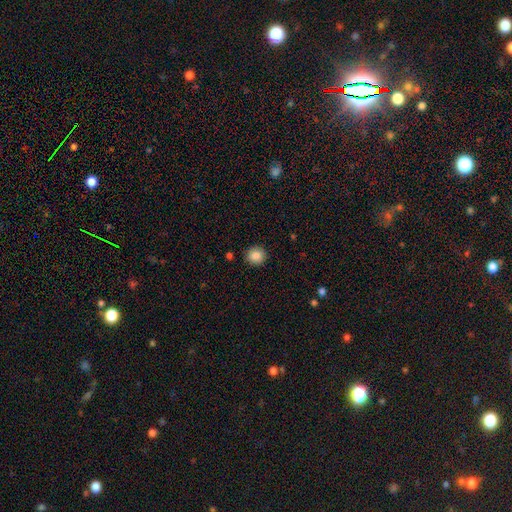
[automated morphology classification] smooth_or_featured: smooth (p=0.87) [alt: star or artifact p=0.09]
how_rounded: round (p=0.91) [alt: in between p=0.08]
merging: none (p=0.91) [alt: minor disturbance p=0.06]